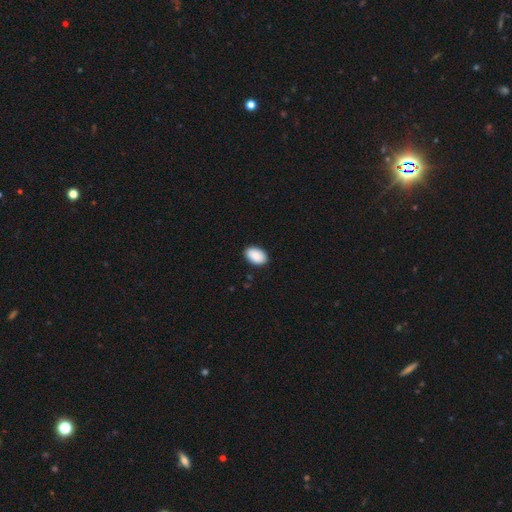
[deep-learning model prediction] smooth 91%, star or artifact 6%, featured or disk 3%. Down the decision tree: how rounded — in between (92%); merging — none (89%).